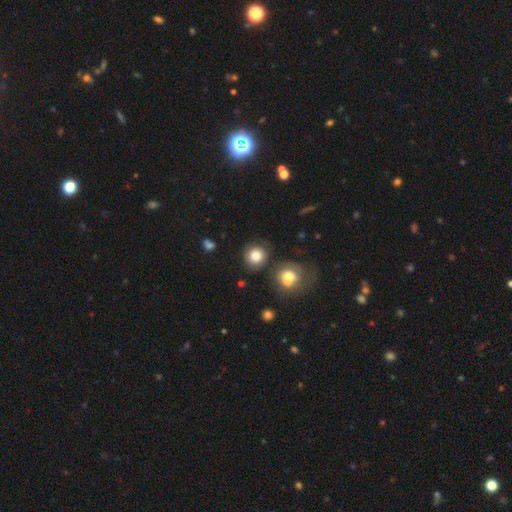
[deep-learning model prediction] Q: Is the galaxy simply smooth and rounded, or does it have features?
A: smooth — 81%.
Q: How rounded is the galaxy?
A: round — 89%.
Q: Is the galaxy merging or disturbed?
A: none — 78%.